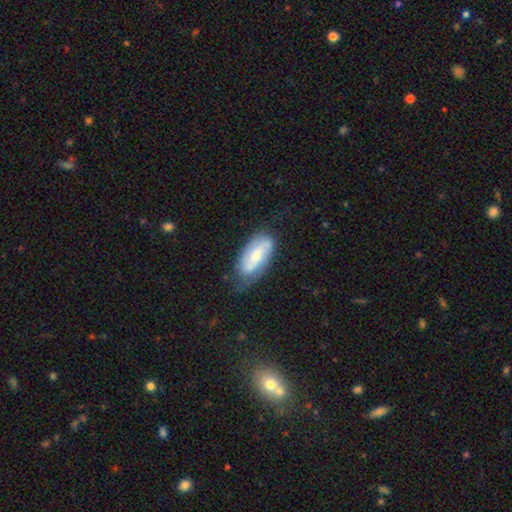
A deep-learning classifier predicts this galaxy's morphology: smooth_or_featured: featured or disk (p=0.52) [alt: smooth p=0.41]
disk_edge_on: no (p=0.90) [alt: yes p=0.10]
merging: none (p=0.56) [alt: minor disturbance p=0.31]